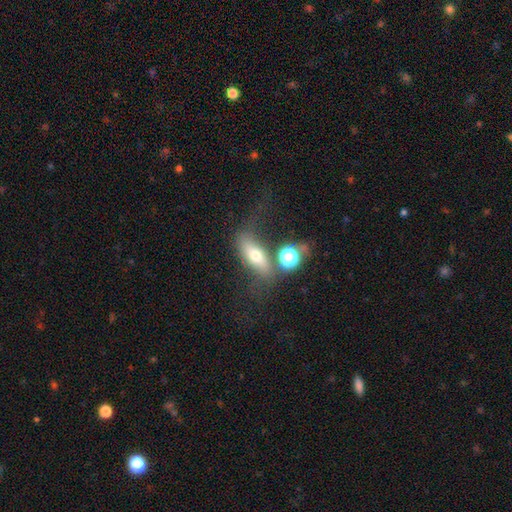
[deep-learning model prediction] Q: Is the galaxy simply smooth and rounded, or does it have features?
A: smooth — 58%.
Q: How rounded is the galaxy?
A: in between — 67%.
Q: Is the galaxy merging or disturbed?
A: none — 52%.